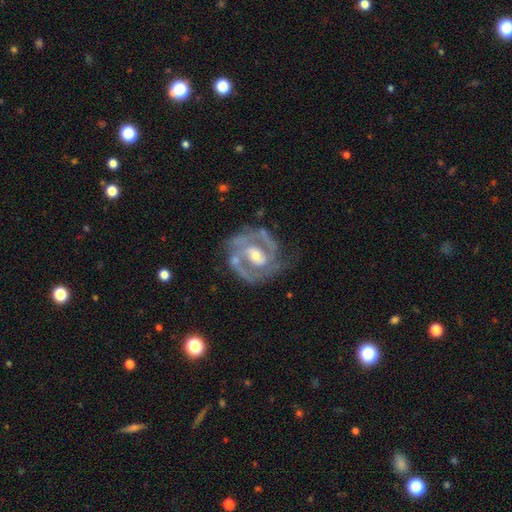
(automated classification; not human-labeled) smooth-or-featured: featured or disk: 88% | smooth: 7% | star or artifact: 5%
  disk-edge-on: no: 97% | yes: 3%
    bar: weak: 40% | no: 38% | strong: 22%
    has-spiral-arms: yes: 90% | no: 10%
      spiral-winding: tight: 47% | medium: 43% | loose: 10%
      spiral-arm-count: 2: 68% | can't tell: 12% | 3: 10% | 1: 5% | 4: 2% | more than 4: 2%
    bulge-size: moderate: 57% | small: 36% | large: 4% | none: 1% | dominant: 1%
  merging: none: 61% | minor disturbance: 21% | major disturbance: 13% | merger: 5%